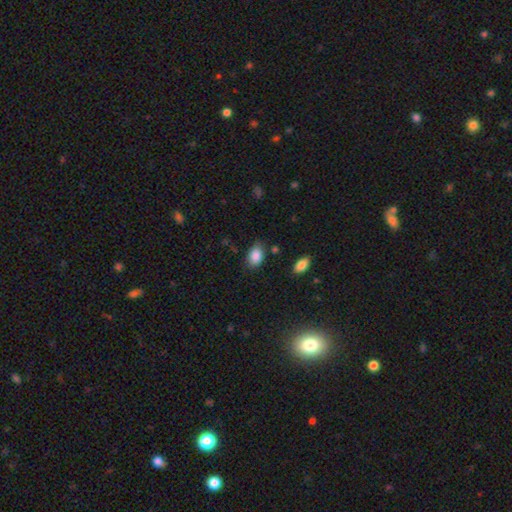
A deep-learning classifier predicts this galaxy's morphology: smooth-or-featured: smooth: 86% | star or artifact: 8% | featured or disk: 6%
  how-rounded: in between: 88% | round: 11% | cigar-shaped: 1%
  merging: none: 75% | minor disturbance: 19% | major disturbance: 4% | merger: 3%